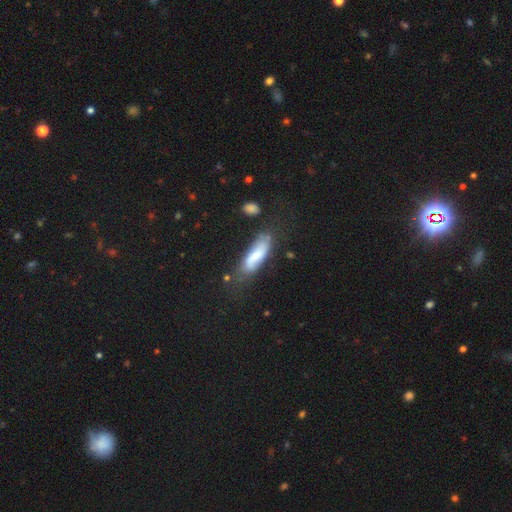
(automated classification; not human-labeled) Smooth or featured? Predicted: smooth (p=0.58). How rounded? Predicted: in between (p=0.53). Merging? Predicted: none (p=0.56).